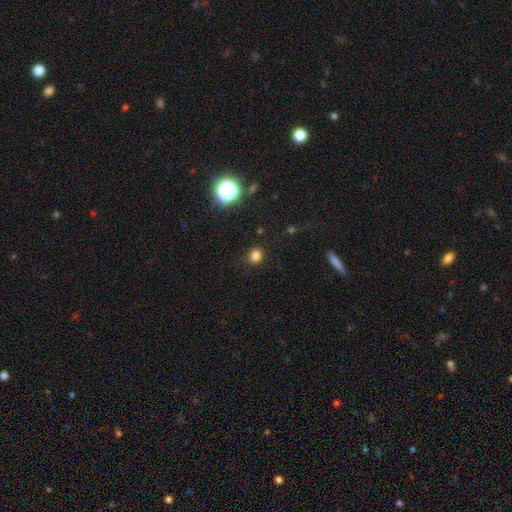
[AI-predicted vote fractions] smooth 80%, star or artifact 16%, featured or disk 4%. Down the decision tree: how rounded — round (80%); merging — none (88%).